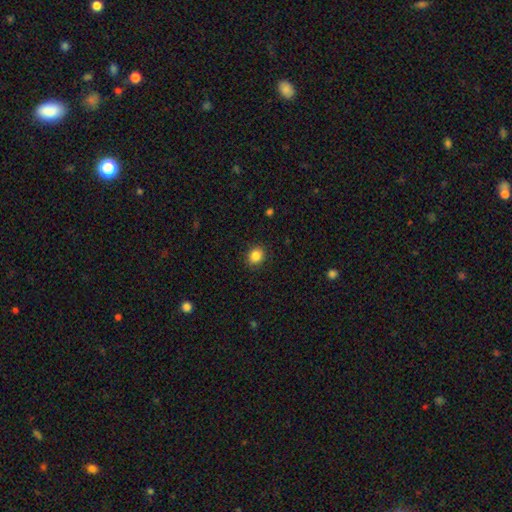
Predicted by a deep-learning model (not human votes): Smooth or featured? smooth (86%)
How rounded? round (75%)
Merging? none (90%)